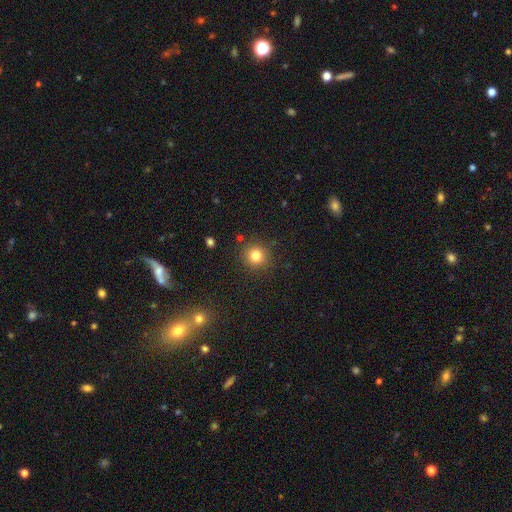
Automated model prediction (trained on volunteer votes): A smooth galaxy with no disk features (81%) that is round (92%). Merging: none (88%).